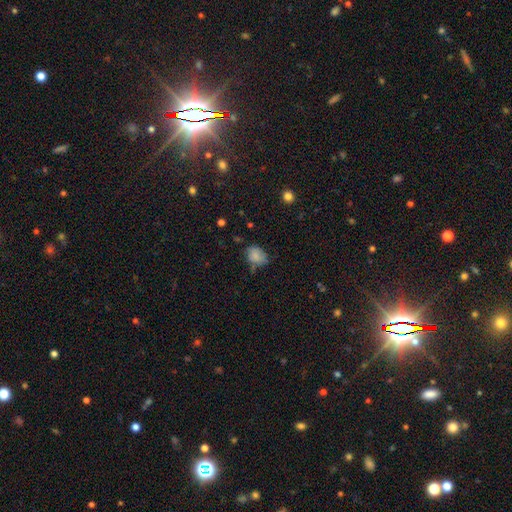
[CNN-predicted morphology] Smooth or featured? Predicted: smooth (p=0.80). How rounded? Predicted: in between (p=0.66). Merging? Predicted: none (p=0.52).